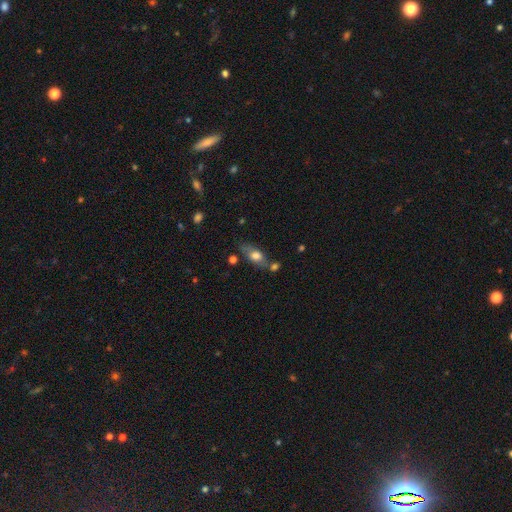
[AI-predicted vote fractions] This is likely a smooth galaxy (66%). How rounded: likely in between (75%). Merging: possibly none (56%).